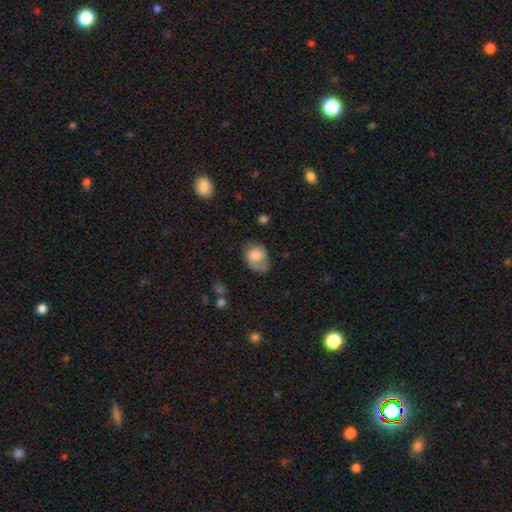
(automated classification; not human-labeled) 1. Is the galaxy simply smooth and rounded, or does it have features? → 72% smooth, 20% featured or disk, 8% star or artifact.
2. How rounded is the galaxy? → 57% in between, 42% round, 1% cigar-shaped.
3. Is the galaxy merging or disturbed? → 43% none, 35% minor disturbance, 20% major disturbance, 3% merger.